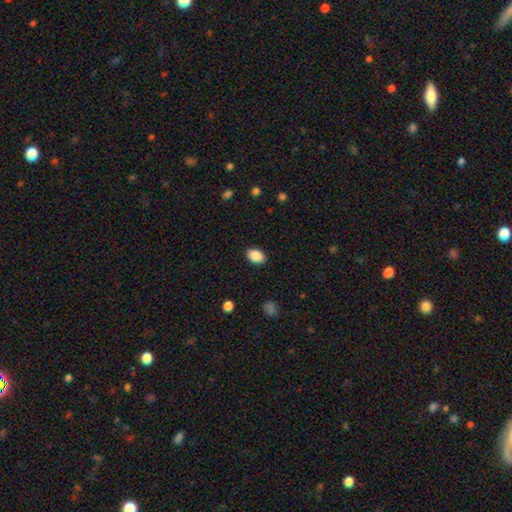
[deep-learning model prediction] smooth-or-featured: smooth: 89% | star or artifact: 7% | featured or disk: 3%
  how-rounded: in between: 85% | round: 14% | cigar-shaped: 1%
  merging: none: 88% | minor disturbance: 8% | major disturbance: 2% | merger: 1%